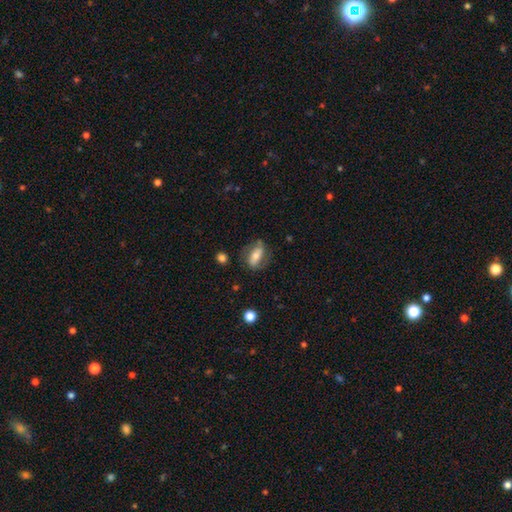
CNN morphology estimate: Q: Smooth or featured?
A: smooth (50%); runner-up: featured or disk (42%)
Q: How rounded?
A: in between (75%); runner-up: cigar-shaped (14%)
Q: Merging?
A: none (69%); runner-up: minor disturbance (20%)